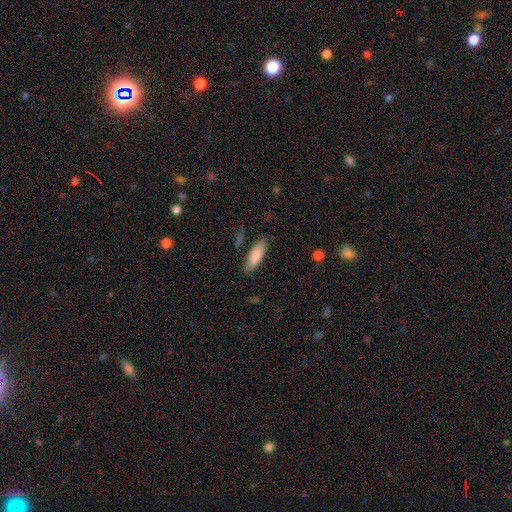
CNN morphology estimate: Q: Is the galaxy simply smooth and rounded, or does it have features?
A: smooth — 83%.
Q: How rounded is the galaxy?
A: in between — 56%.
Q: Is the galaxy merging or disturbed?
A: none — 84%.